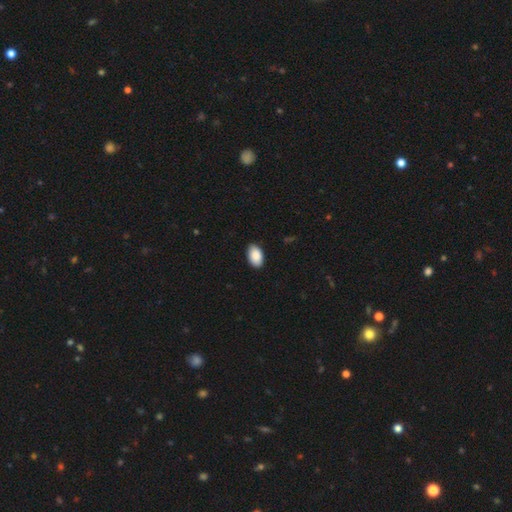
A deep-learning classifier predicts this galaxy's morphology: Q: Smooth or featured?
A: smooth (90%); runner-up: star or artifact (6%)
Q: How rounded?
A: in between (94%); runner-up: round (5%)
Q: Merging?
A: none (89%); runner-up: minor disturbance (9%)